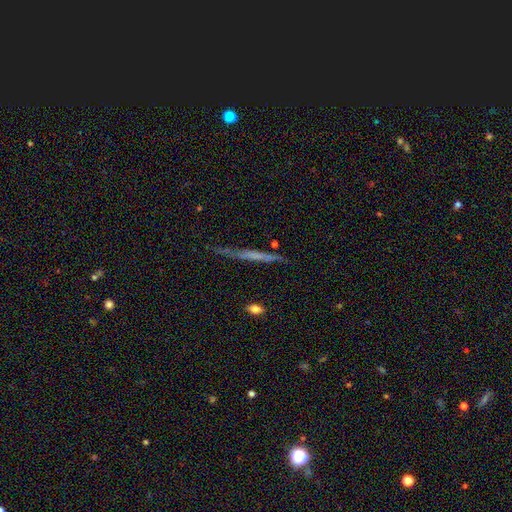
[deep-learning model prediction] A featured or disk galaxy (52%) viewed edge-on (91%). Merging: none (72%).